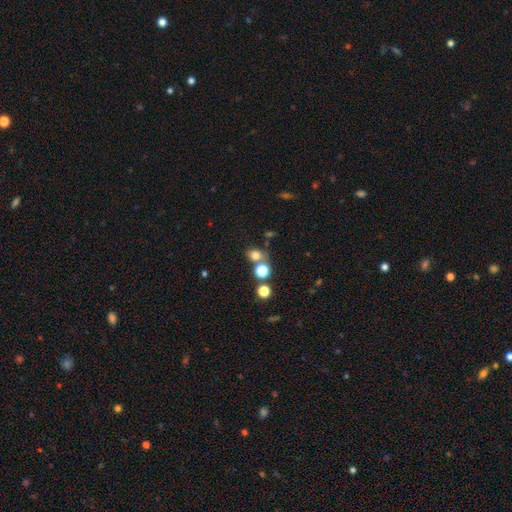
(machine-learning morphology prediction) Smooth or featured? Predicted: smooth (p=0.73). How rounded? Predicted: round (p=0.72). Merging? Predicted: none (p=0.60).